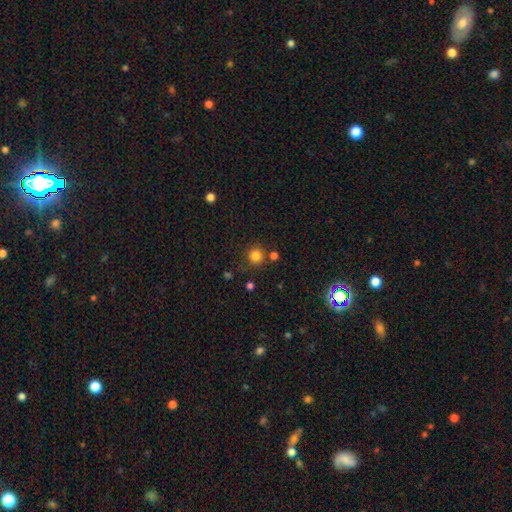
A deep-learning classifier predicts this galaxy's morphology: The model was most divided on "smooth or featured": smooth: 81%, star or artifact: 14%, featured or disk: 5%. More confident: how rounded — round (94%); merging — none (79%).